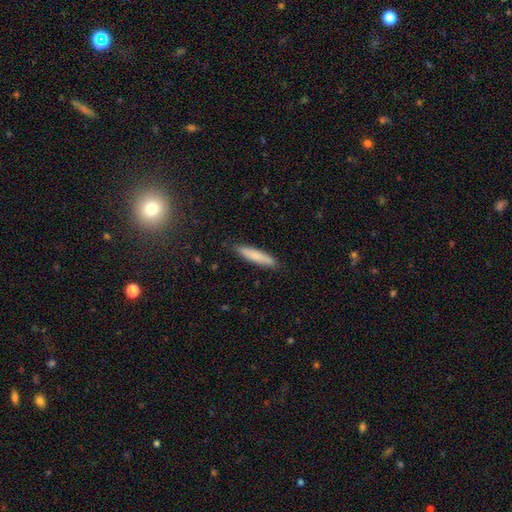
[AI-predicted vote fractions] smooth-or-featured: smooth: 79% | featured or disk: 15% | star or artifact: 6%
  how-rounded: cigar-shaped: 89% | in between: 10% | round: 1%
  merging: none: 87% | minor disturbance: 10% | major disturbance: 2% | merger: 1%